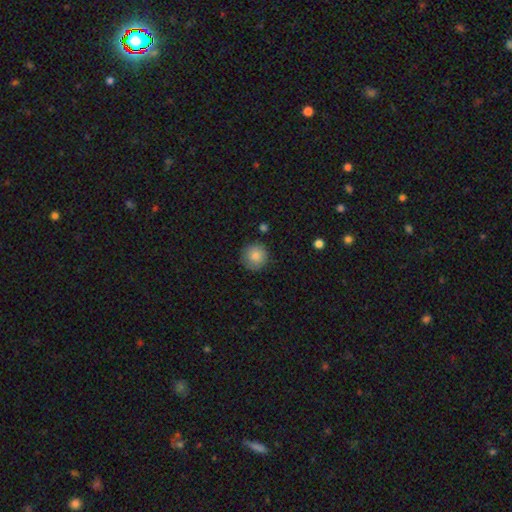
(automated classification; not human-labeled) Smooth or featured? Predicted: smooth (p=0.84). How rounded? Predicted: round (p=0.94). Merging? Predicted: none (p=0.86).